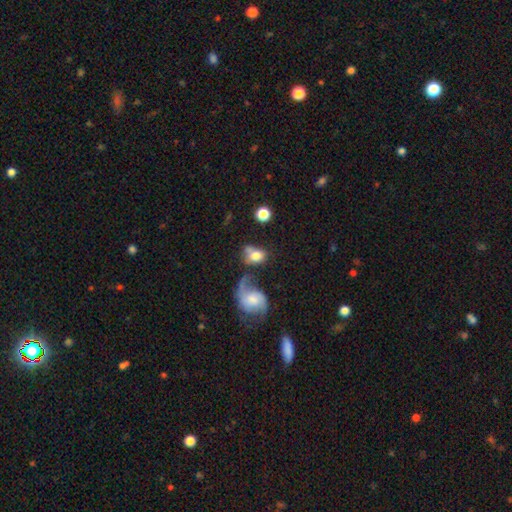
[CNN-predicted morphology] smooth_or_featured: smooth (p=0.66) [alt: featured or disk p=0.24]
how_rounded: in between (p=0.65) [alt: round p=0.33]
merging: merger (p=0.36) [alt: none p=0.27]